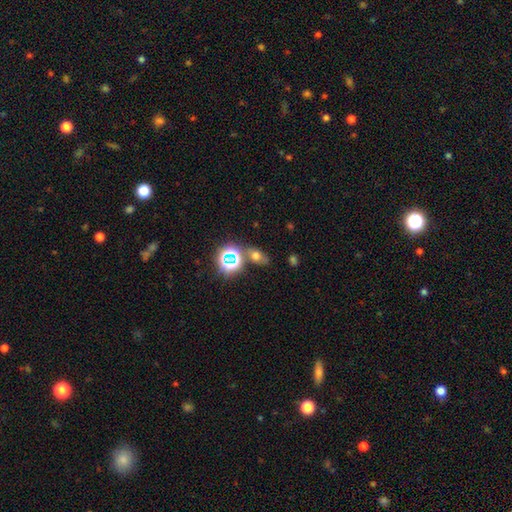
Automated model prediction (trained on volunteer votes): Smooth or featured? smooth (54%)
How rounded? in between (70%)
Merging? none (69%)